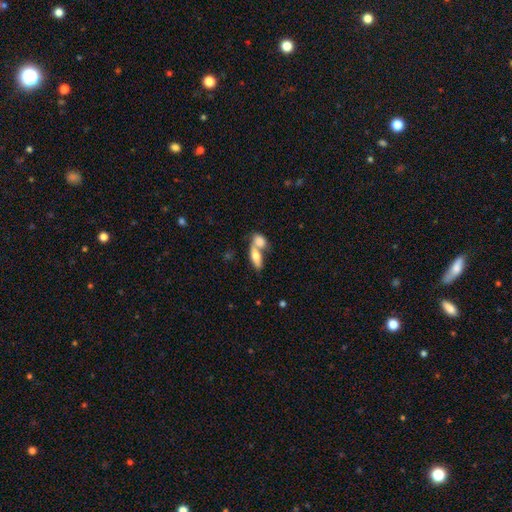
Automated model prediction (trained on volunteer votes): Smooth or featured?
  - smooth: 70% *
  - featured or disk: 24%
  - star or artifact: 7%
How rounded?
  - in between: 76% *
  - cigar-shaped: 19%
  - round: 5%
Merging?
  - merger: 61% *
  - none: 28%
  - minor disturbance: 8%
  - major disturbance: 4%